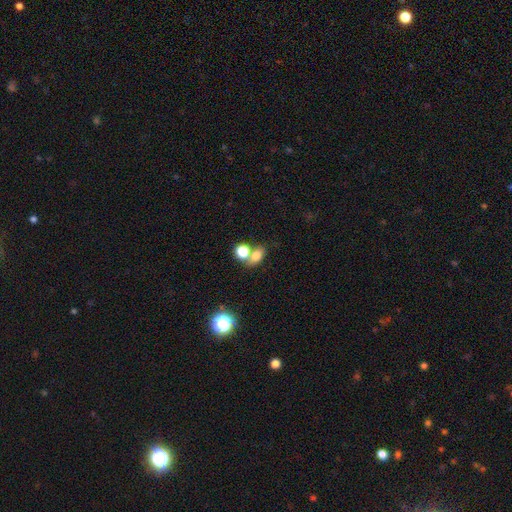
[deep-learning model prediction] Smooth or featured: smooth — 76% (star or artifact — 14%)
How rounded: in between — 68% (round — 30%)
Merging: none — 46% (merger — 39%)